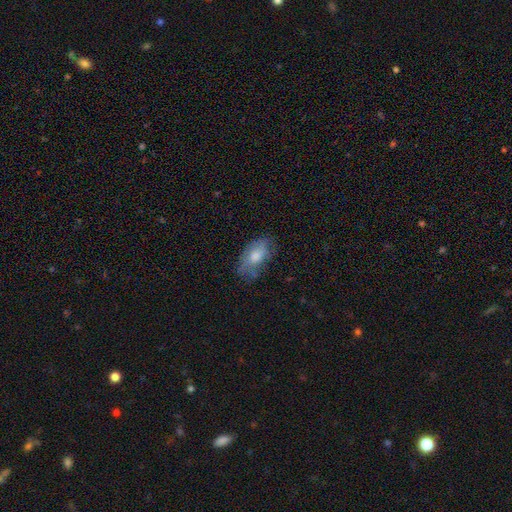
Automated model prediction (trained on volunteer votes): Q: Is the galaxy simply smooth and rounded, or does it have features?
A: smooth — 66%.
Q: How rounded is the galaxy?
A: in between — 92%.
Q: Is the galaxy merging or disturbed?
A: none — 58%.